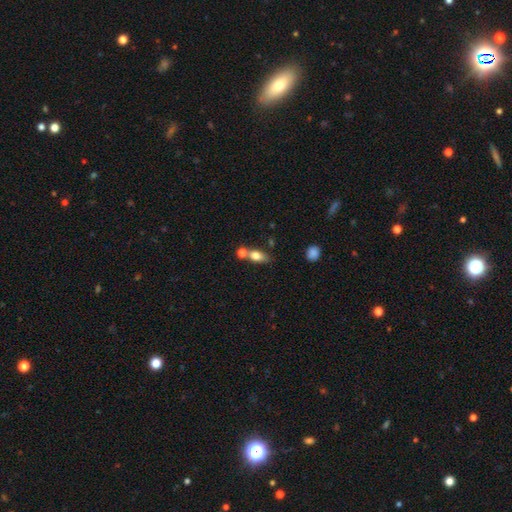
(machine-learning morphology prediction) A smooth galaxy with no disk features (76%) that is in between round and cigar-shaped (77%).

Vote fractions:
- Smooth or featured? smooth: 76% / featured or disk: 15% / star or artifact: 9%
- How rounded? in between: 77% / round: 14% / cigar-shaped: 10%
- Merging? none: 47% / merger: 36% / minor disturbance: 13% / major disturbance: 5%